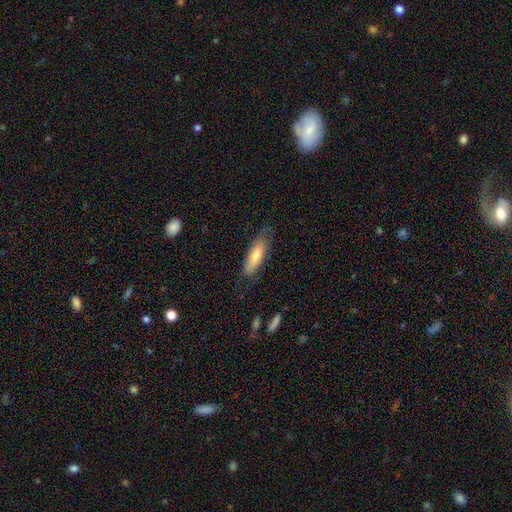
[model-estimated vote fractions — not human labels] This appears to be a smooth galaxy with no disk features (73%) that is in between round and cigar-shaped (57%). Merging: none (65%).